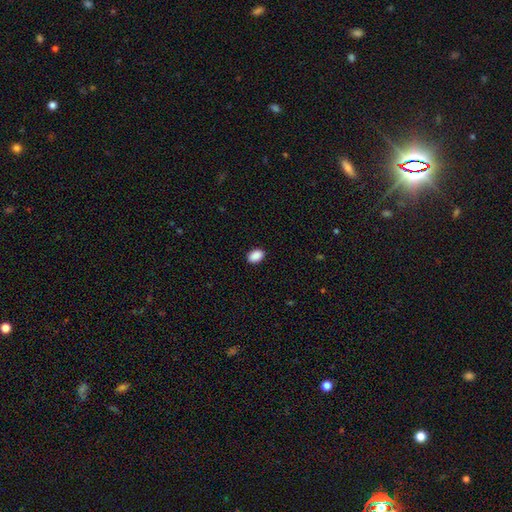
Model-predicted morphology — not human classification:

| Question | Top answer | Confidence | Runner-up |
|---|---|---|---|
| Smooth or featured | smooth | 90% | star or artifact (7%) |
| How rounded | in between | 84% | round (15%) |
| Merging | none | 89% | minor disturbance (8%) |